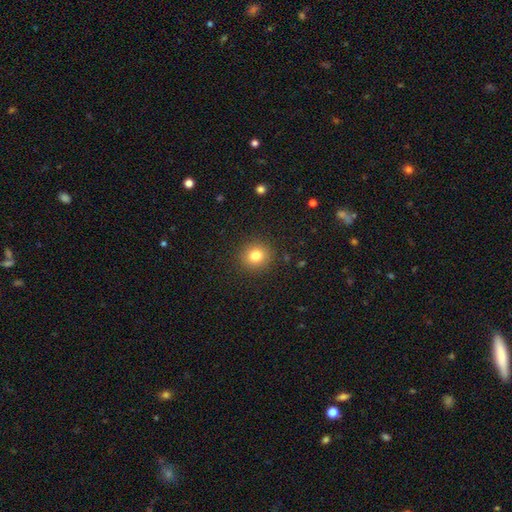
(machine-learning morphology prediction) Smooth or featured? smooth (81%)
How rounded? round (90%)
Merging? none (91%)